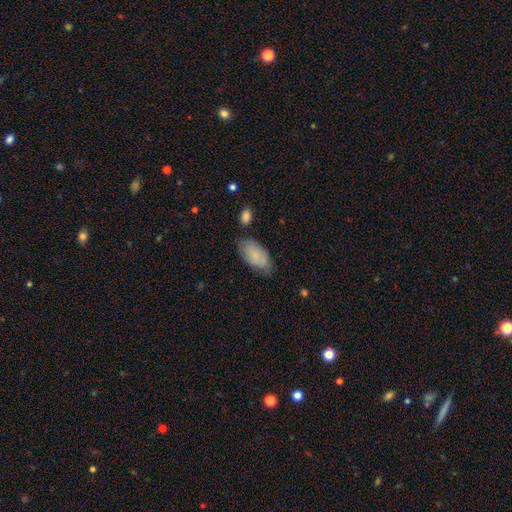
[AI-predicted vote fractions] Smooth or featured?
  - smooth: 81% *
  - featured or disk: 13%
  - star or artifact: 6%
How rounded?
  - in between: 94% *
  - cigar-shaped: 3%
  - round: 3%
Merging?
  - none: 64% *
  - minor disturbance: 25%
  - major disturbance: 6%
  - merger: 4%